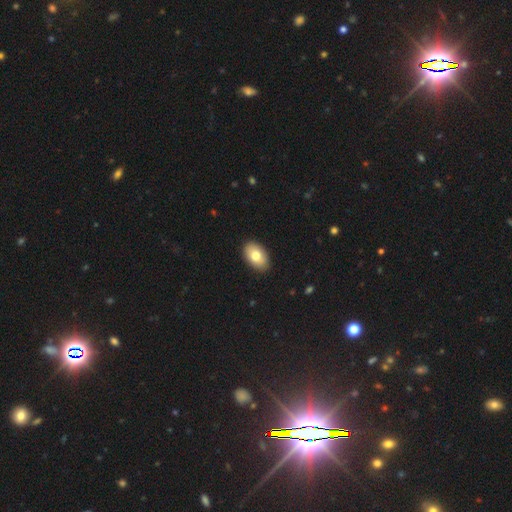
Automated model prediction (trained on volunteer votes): smooth 79%, featured or disk 14%, star or artifact 7%. Down the decision tree: how rounded — in between (93%); merging — none (90%).